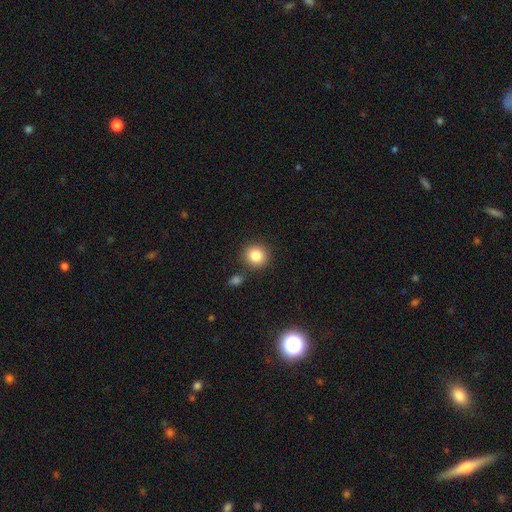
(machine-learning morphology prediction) smooth_or_featured: smooth (p=0.85) [alt: star or artifact p=0.09]
how_rounded: round (p=0.90) [alt: in between p=0.09]
merging: none (p=0.84) [alt: minor disturbance p=0.08]